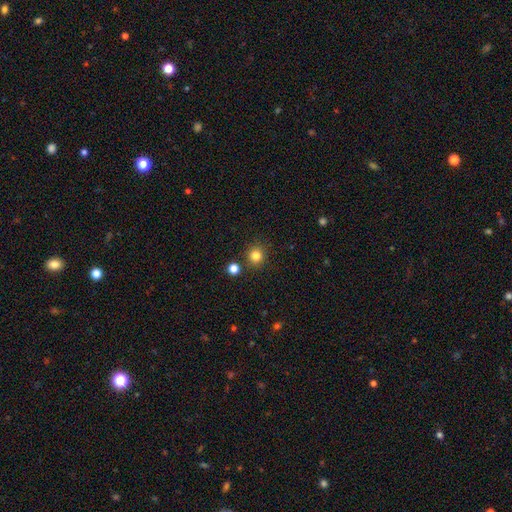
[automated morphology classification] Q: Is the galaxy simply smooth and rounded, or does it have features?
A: smooth — 82%.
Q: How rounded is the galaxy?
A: round — 91%.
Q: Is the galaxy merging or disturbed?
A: none — 86%.